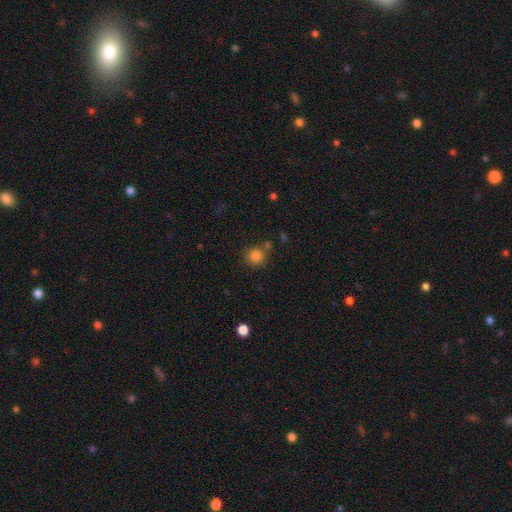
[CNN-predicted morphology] smooth-or-featured: smooth: 83% | star or artifact: 12% | featured or disk: 5%
  how-rounded: round: 90% | in between: 9% | cigar-shaped: 1%
  merging: none: 77% | minor disturbance: 10% | merger: 9% | major disturbance: 3%